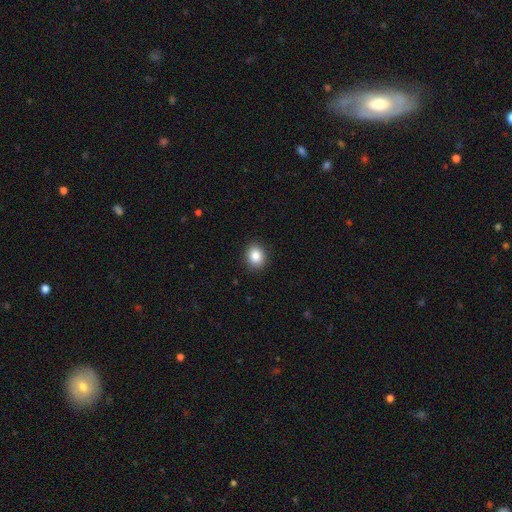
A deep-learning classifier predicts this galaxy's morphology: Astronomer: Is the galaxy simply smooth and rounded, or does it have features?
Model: smooth — 85%.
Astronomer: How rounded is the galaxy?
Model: round — 59% (runner-up: in between, 40%).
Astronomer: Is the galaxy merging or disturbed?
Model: none — 90%.